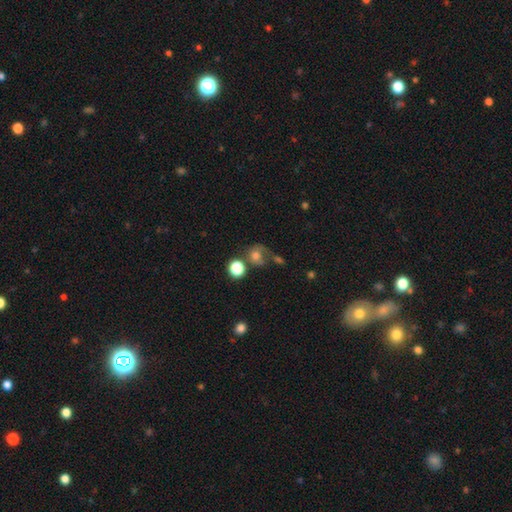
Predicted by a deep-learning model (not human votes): smooth_or_featured: smooth (p=0.63) [alt: featured or disk p=0.23]
how_rounded: round (p=0.76) [alt: in between p=0.23]
merging: none (p=0.34) [alt: major disturbance p=0.27]